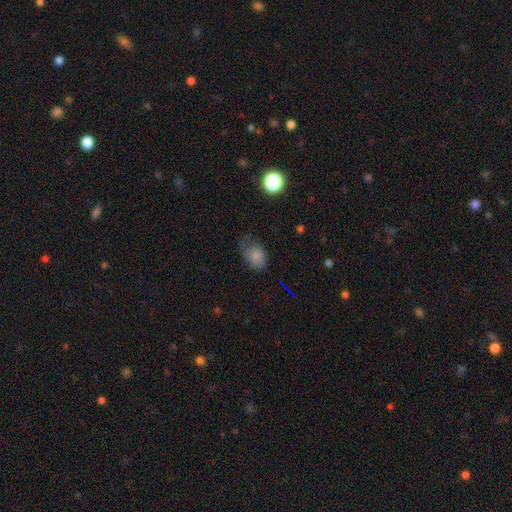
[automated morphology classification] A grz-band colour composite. It shows a smooth galaxy with no disk features (79%) that is in between round and cigar-shaped (78%). Merging: none (45%).